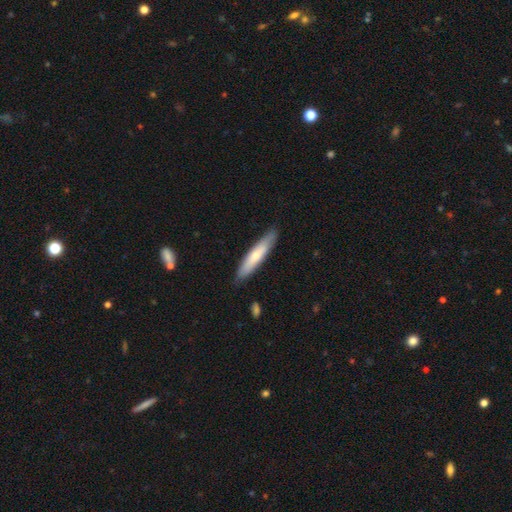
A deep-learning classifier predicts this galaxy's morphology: The model was most divided on "smooth or featured": smooth: 61%, featured or disk: 34%, star or artifact: 5%. More confident: how rounded — cigar-shaped (86%); merging — none (86%).